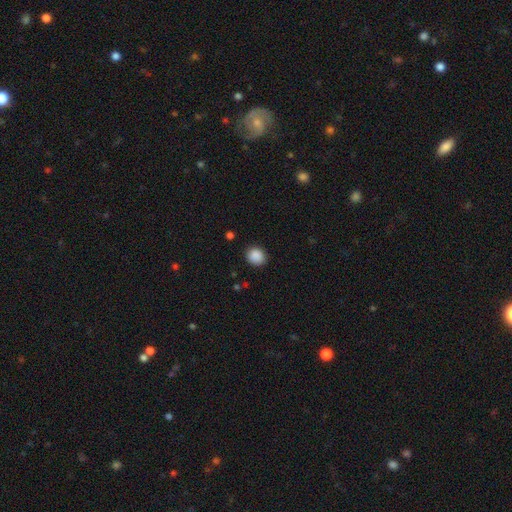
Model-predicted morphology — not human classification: Smooth or featured: smooth — 89% (star or artifact — 9%)
How rounded: round — 75% (in between — 24%)
Merging: none — 88% (minor disturbance — 9%)